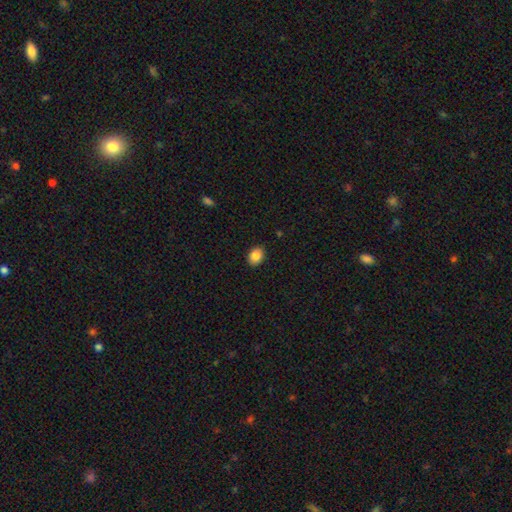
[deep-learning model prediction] Smooth or featured?
  - smooth: 86% *
  - star or artifact: 9%
  - featured or disk: 5%
How rounded?
  - in between: 61% *
  - round: 38%
  - cigar-shaped: 1%
Merging?
  - none: 89% *
  - minor disturbance: 8%
  - major disturbance: 2%
  - merger: 1%